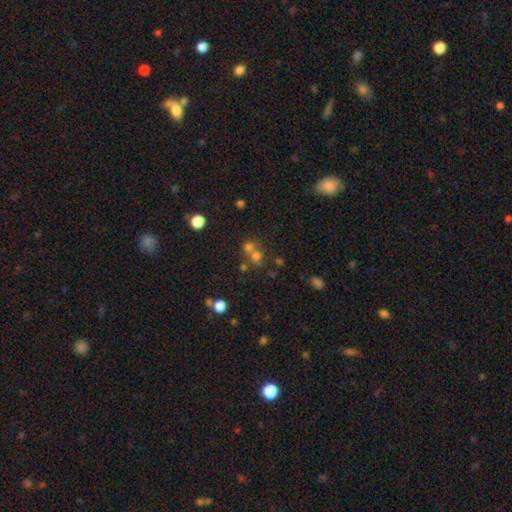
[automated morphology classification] type=smooth (63%); roundness=round (82%); merging=merger (47%).